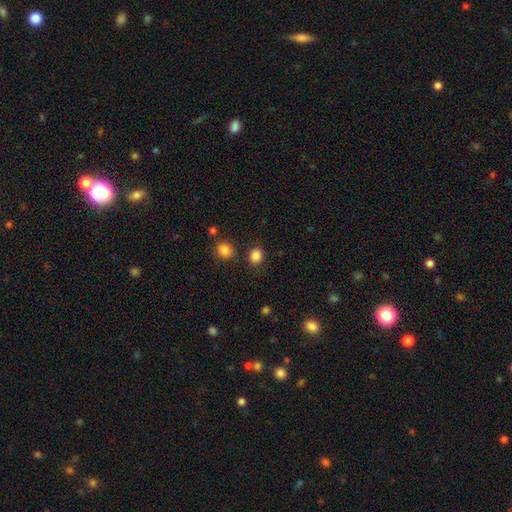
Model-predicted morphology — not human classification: This is clearly a smooth galaxy (85%). How rounded: likely round (64%). Merging: clearly none (81%).